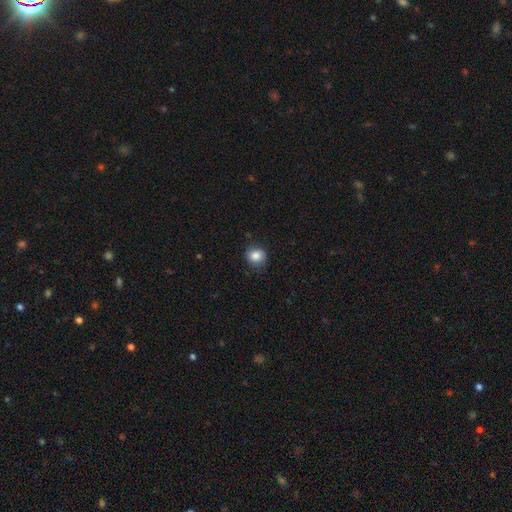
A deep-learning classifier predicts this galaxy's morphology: type=smooth (84%); roundness=round (82%); merging=none (82%).